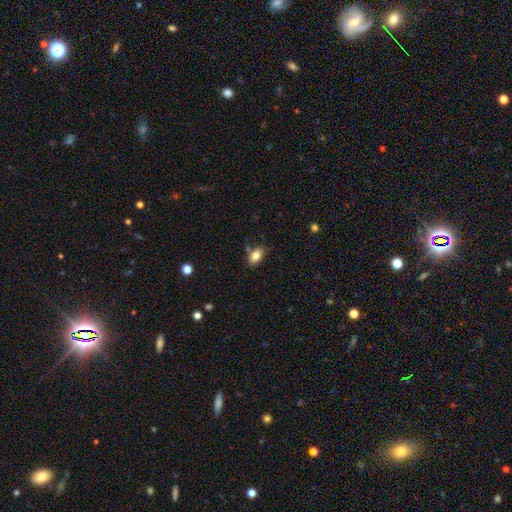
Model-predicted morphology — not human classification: A smooth galaxy with no disk features (81%) that is in between round and cigar-shaped (86%).

Vote fractions:
- Smooth or featured? smooth: 81% / featured or disk: 10% / star or artifact: 9%
- How rounded? in between: 86% / round: 12% / cigar-shaped: 2%
- Merging? none: 74% / minor disturbance: 18% / merger: 5% / major disturbance: 4%